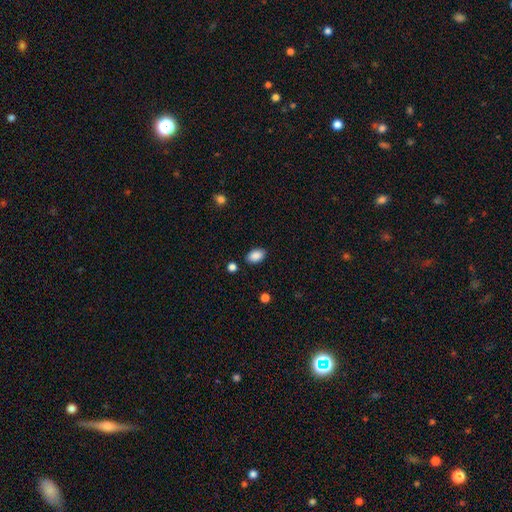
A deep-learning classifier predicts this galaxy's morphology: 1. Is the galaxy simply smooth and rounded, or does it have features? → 88% smooth, 8% star or artifact, 4% featured or disk.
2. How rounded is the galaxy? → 90% in between, 8% round, 1% cigar-shaped.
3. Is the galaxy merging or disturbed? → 85% none, 10% minor disturbance, 3% merger, 2% major disturbance.